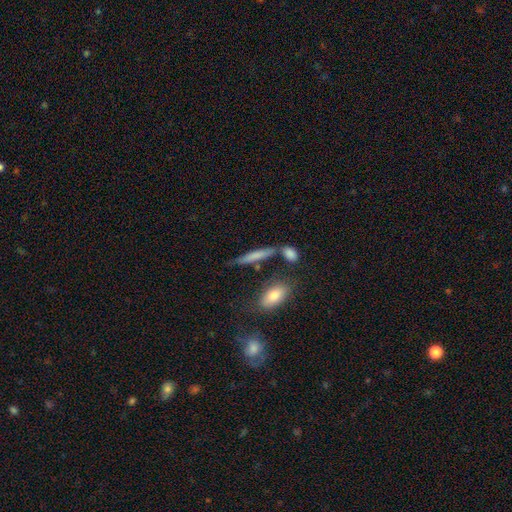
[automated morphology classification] smooth 66%, featured or disk 26%, star or artifact 8%. Down the decision tree: how rounded — cigar-shaped (81%); merging — none (61%).